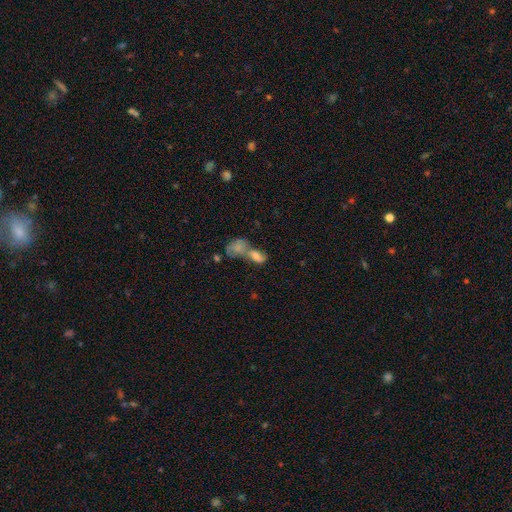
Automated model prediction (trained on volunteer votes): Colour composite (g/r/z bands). It shows a smooth galaxy with no disk features (66%) that is in between round and cigar-shaped (84%). Merging: merger (68%).